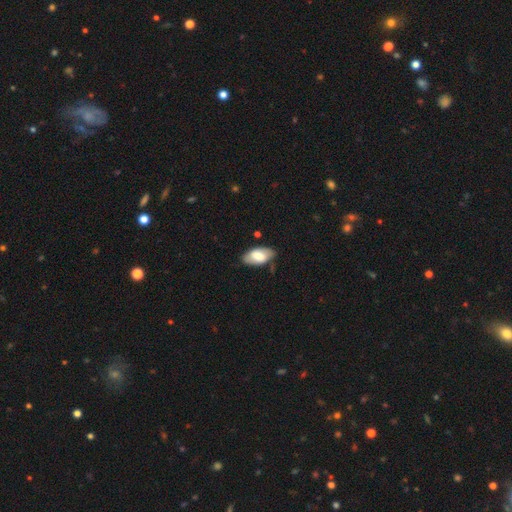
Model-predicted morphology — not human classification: Smooth or featured? smooth (71%)
How rounded? in between (94%)
Merging? none (73%)